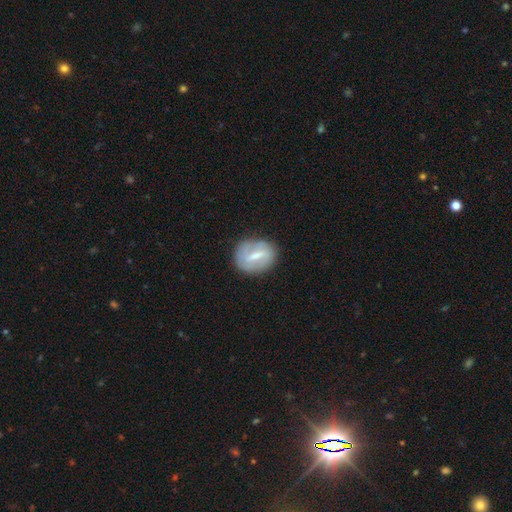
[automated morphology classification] This is possibly a featured or disk galaxy (56%). It is clearly not viewed edge-on (94%). Bar: possibly strong (56%). Spiral arm pattern: possibly no (57%). Central bulge: marginally moderate (39%). Merging: likely none (77%).